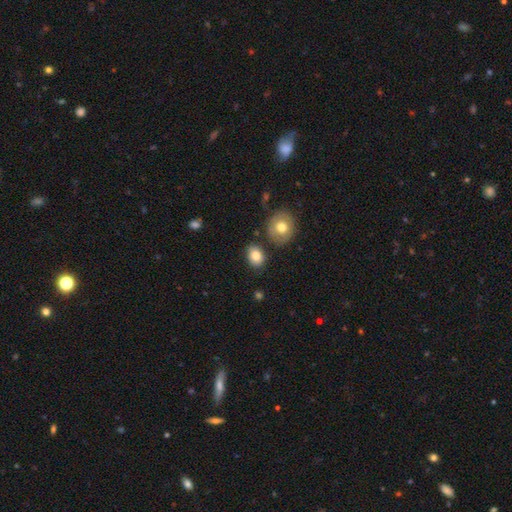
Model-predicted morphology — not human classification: Smooth or featured? smooth (82%)
How rounded? in between (67%)
Merging? none (78%)